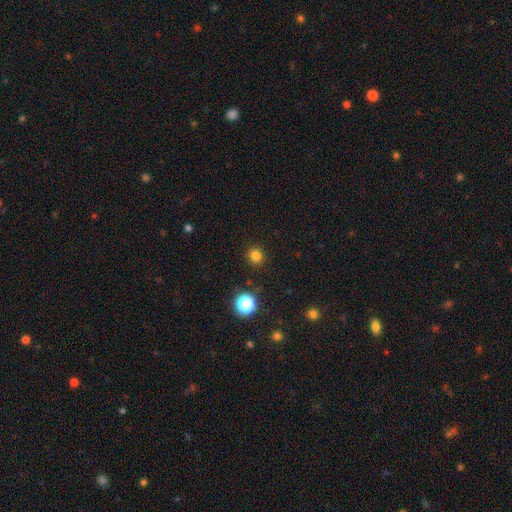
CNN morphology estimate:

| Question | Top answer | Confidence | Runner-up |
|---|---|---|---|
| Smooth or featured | smooth | 80% | star or artifact (16%) |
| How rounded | round | 91% | in between (8%) |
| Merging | none | 91% | minor disturbance (6%) |